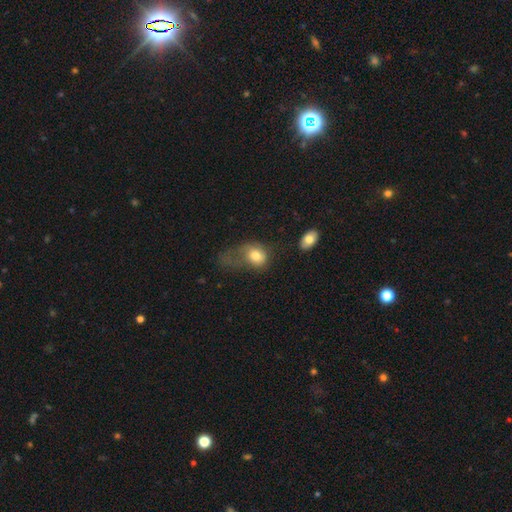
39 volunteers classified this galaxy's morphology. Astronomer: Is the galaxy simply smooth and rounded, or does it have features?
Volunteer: smooth — 77%.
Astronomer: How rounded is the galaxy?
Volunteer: in between — 63%.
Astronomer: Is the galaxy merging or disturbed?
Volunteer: major disturbance — 68%.